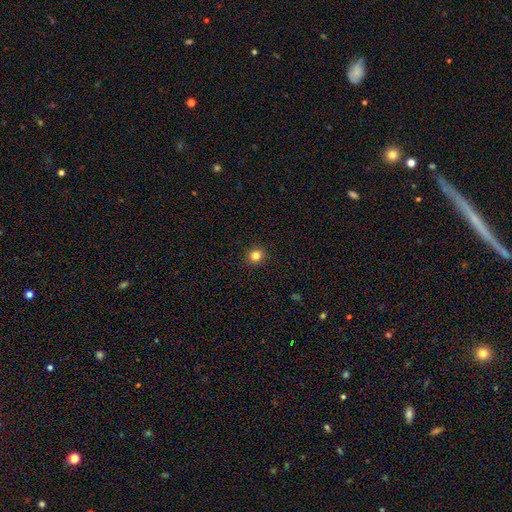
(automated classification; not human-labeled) This is clearly a smooth galaxy (82%). How rounded: clearly round (90%). Merging: clearly none (92%).